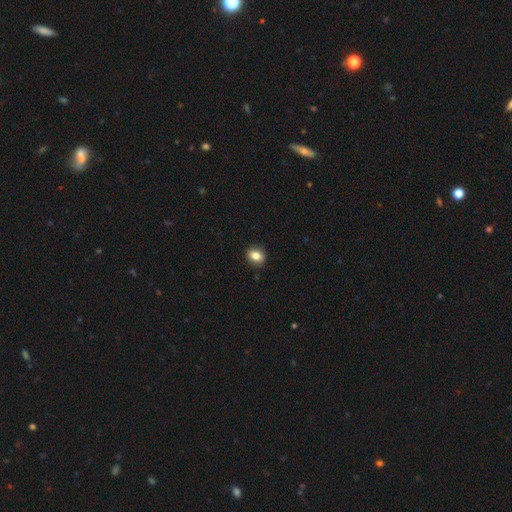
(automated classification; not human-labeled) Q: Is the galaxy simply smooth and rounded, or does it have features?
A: smooth — 83%.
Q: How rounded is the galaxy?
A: round — 50%.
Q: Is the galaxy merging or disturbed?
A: none — 89%.